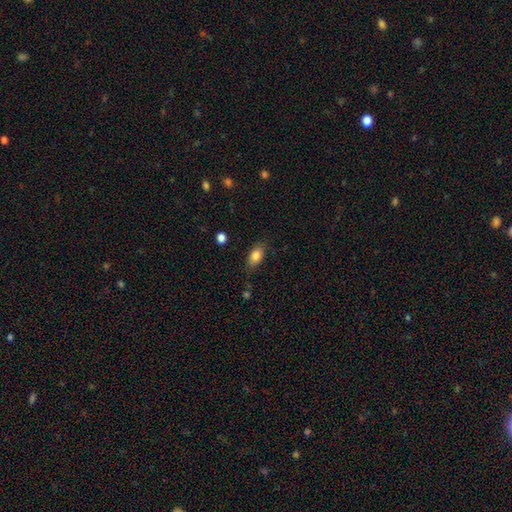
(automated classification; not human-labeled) Q: Smooth or featured?
A: smooth (82%); runner-up: featured or disk (10%)
Q: How rounded?
A: in between (87%); runner-up: round (7%)
Q: Merging?
A: none (78%); runner-up: minor disturbance (16%)